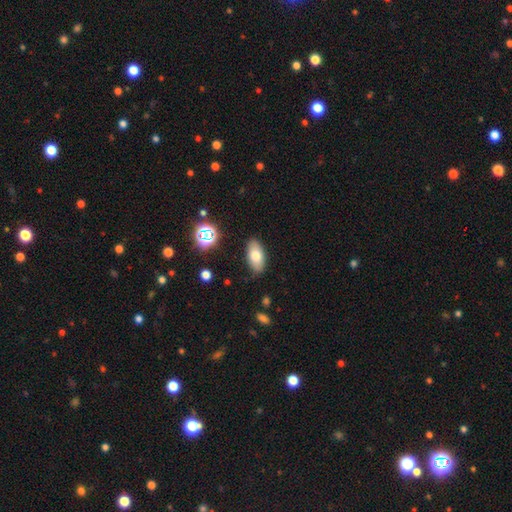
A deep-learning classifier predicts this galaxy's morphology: Smooth or featured?
  - smooth: 74% *
  - featured or disk: 16%
  - star or artifact: 9%
How rounded?
  - in between: 91% *
  - cigar-shaped: 6%
  - round: 4%
Merging?
  - none: 86% *
  - minor disturbance: 10%
  - major disturbance: 2%
  - merger: 2%